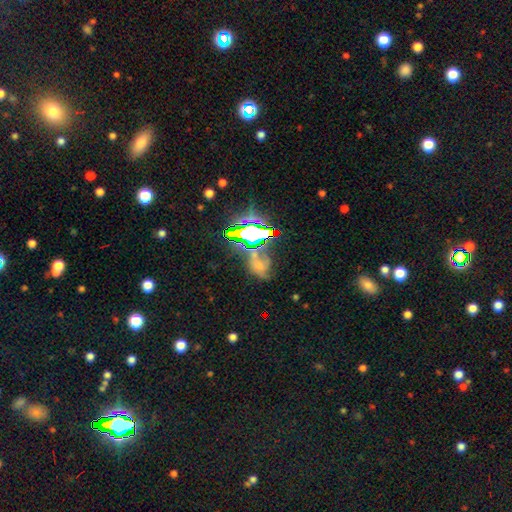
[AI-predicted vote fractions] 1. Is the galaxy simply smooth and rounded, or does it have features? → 74% star or artifact, 15% smooth, 11% featured or disk.